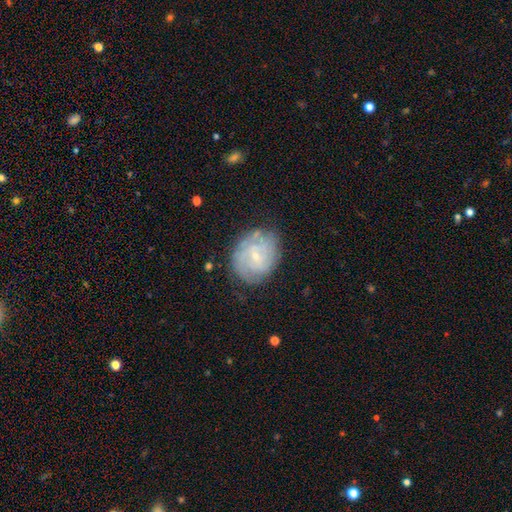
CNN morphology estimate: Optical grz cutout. It shows a featured or disk galaxy (69%) with no bar (51%), tight (65%) spiral arms (84%) and a small central bulge (77%). Merging: none (71%).